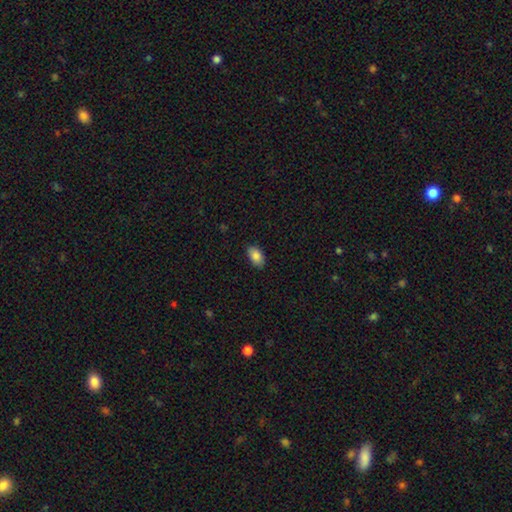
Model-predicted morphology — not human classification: Smooth or featured? smooth (86%)
How rounded? in between (93%)
Merging? none (85%)